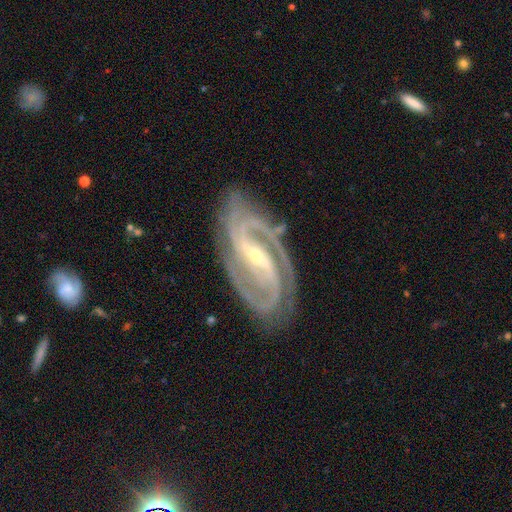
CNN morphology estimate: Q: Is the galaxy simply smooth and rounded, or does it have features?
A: featured or disk — 92%.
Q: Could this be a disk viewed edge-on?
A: no — 95%.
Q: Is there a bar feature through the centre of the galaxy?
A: strong — 53%.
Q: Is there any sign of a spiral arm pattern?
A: yes — 98%.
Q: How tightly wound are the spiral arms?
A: tight — 51%.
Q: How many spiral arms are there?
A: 2 — 47%.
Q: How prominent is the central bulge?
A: small — 65%.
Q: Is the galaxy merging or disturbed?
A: none — 79%.